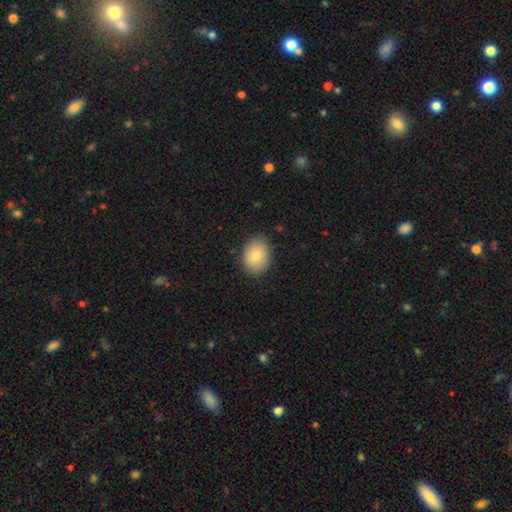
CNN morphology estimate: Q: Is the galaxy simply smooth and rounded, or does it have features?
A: smooth — 82%.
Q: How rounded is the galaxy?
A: in between — 59%.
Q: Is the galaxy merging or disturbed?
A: none — 85%.